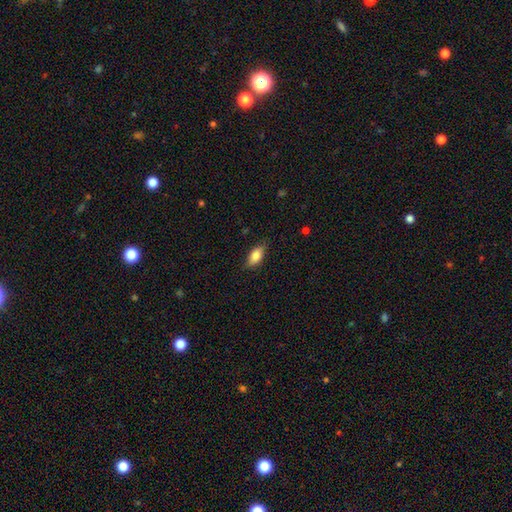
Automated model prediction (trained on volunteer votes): Smooth or featured?
  - smooth: 79% *
  - featured or disk: 14%
  - star or artifact: 7%
How rounded?
  - in between: 85% *
  - cigar-shaped: 12%
  - round: 4%
Merging?
  - none: 81% *
  - minor disturbance: 15%
  - major disturbance: 3%
  - merger: 1%